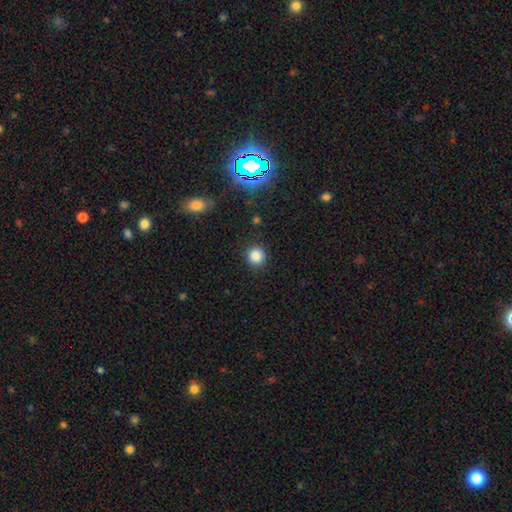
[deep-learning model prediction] Smooth or featured? Predicted: smooth (p=0.84). How rounded? Predicted: round (p=0.92). Merging? Predicted: none (p=0.90).